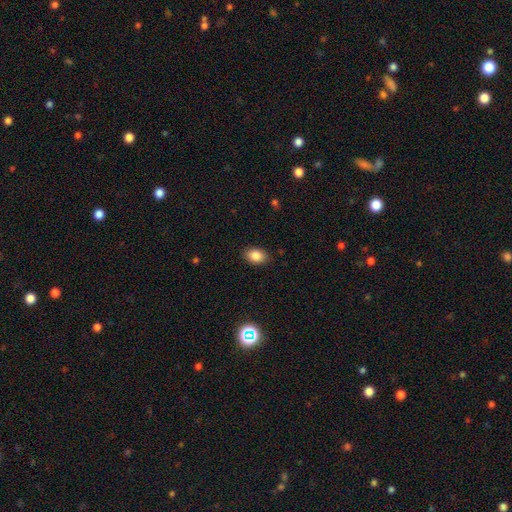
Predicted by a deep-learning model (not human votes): Smooth or featured? smooth (85%)
How rounded? in between (82%)
Merging? none (87%)